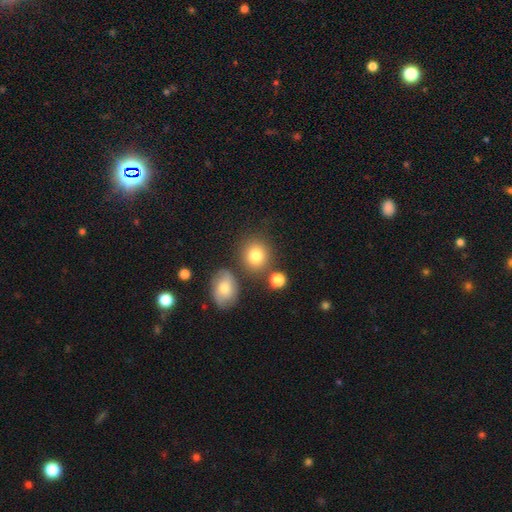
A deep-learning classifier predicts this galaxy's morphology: smooth_or_featured: smooth (p=0.81) [alt: star or artifact p=0.10]
how_rounded: round (p=0.77) [alt: in between p=0.22]
merging: none (p=0.72) [alt: merger p=0.13]